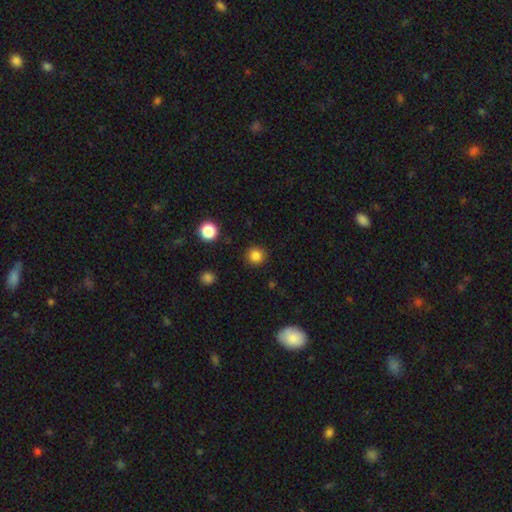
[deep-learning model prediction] A smooth galaxy with no disk features (84%) that is round (94%). Merging: none (91%).